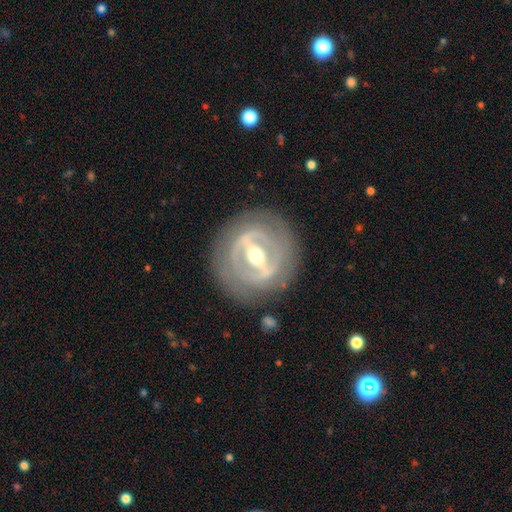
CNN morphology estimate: smooth_or_featured: featured or disk (p=0.83) [alt: smooth p=0.11]
disk_edge_on: no (p=0.89) [alt: yes p=0.11]
bar: strong (p=0.73) [alt: weak p=0.20]
has_spiral_arms: no (p=0.57) [alt: yes p=0.43]
bulge_size: moderate (p=0.72) [alt: small p=0.18]
merging: none (p=0.84) [alt: minor disturbance p=0.10]